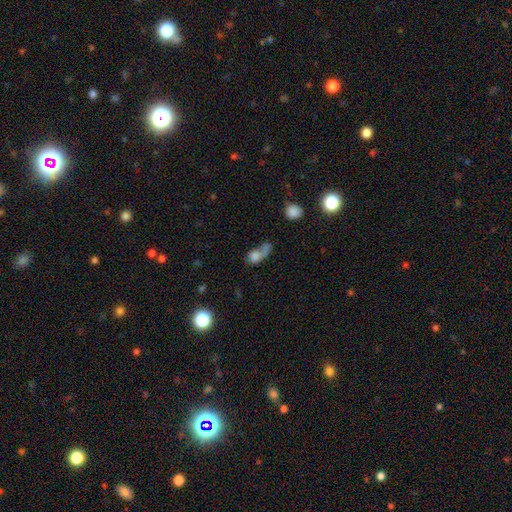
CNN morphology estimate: Smooth or featured? Predicted: smooth (p=0.68). How rounded? Predicted: in between (p=0.54). Merging? Predicted: merger (p=0.38).